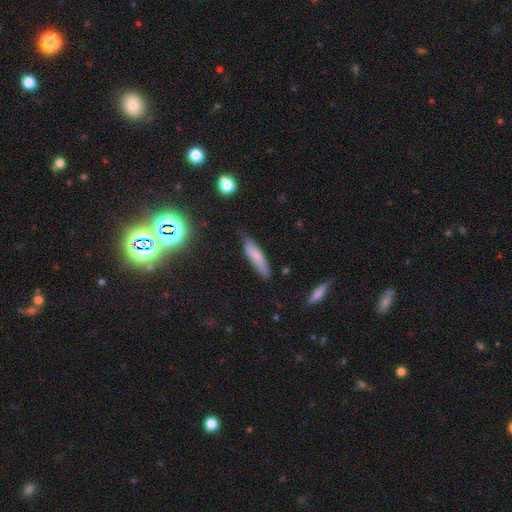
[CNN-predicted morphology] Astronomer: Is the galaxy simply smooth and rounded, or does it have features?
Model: smooth — 74%.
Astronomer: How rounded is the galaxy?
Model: cigar-shaped — 72%.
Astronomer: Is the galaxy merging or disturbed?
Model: none — 73%.